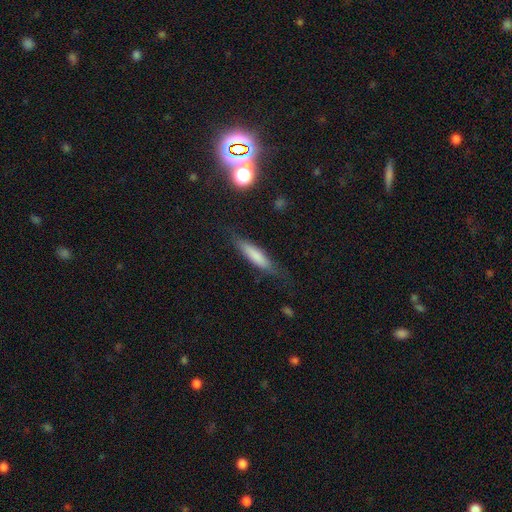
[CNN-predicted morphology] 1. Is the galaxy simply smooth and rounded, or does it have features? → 71% smooth, 22% featured or disk, 7% star or artifact.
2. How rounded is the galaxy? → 77% cigar-shaped, 22% in between, 2% round.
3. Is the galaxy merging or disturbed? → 74% none, 18% minor disturbance, 6% major disturbance, 2% merger.